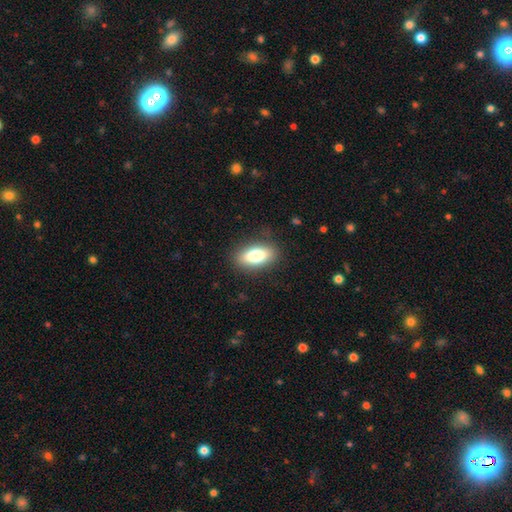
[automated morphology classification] Overall: smooth (76%). How rounded: in between (85%). Merging: none (86%).